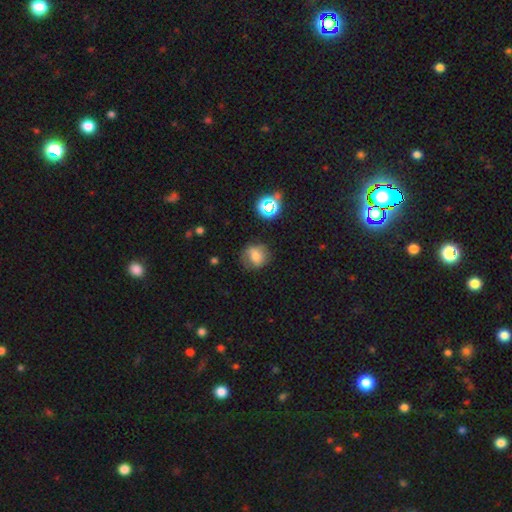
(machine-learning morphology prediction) This appears to be a smooth galaxy with no disk features (66%) that is round (79%). Merging: none (70%).